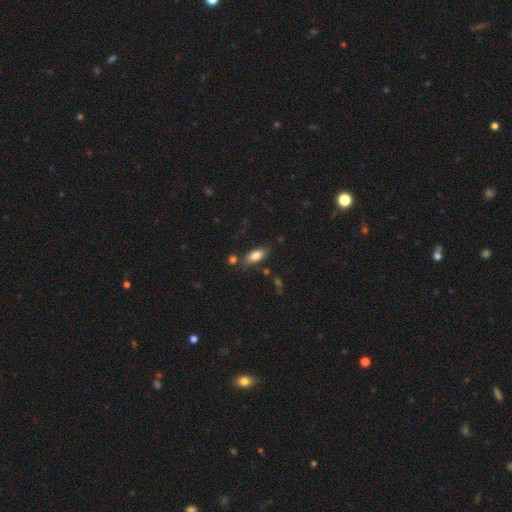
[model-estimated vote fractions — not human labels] Overall: smooth (80%). How rounded: in between (84%). Merging: none (73%).